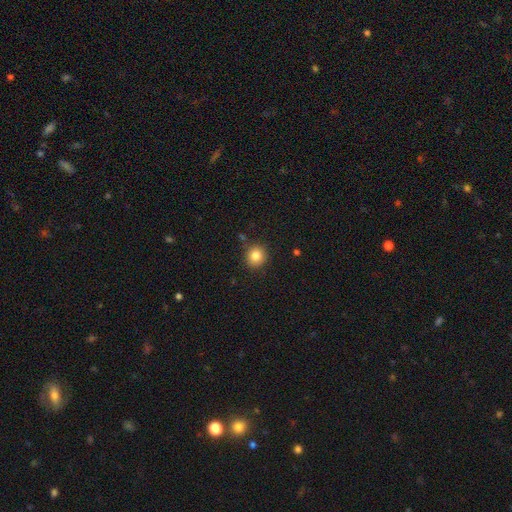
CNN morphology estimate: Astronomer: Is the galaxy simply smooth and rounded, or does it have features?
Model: smooth — 82%.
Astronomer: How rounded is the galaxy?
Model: round — 91%.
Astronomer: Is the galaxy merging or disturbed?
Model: none — 87%.